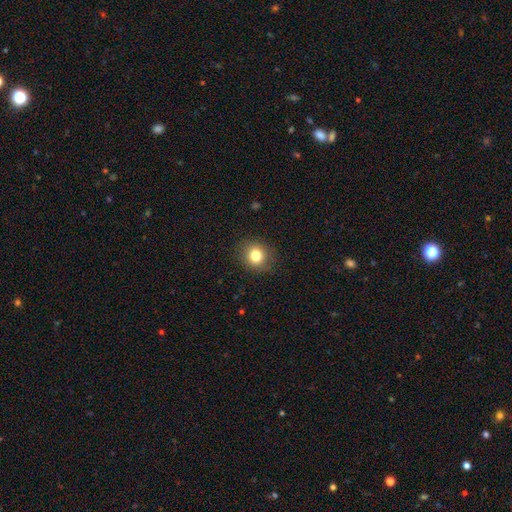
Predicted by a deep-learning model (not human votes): Overall: smooth (81%). How rounded: round (81%). Merging: none (88%).